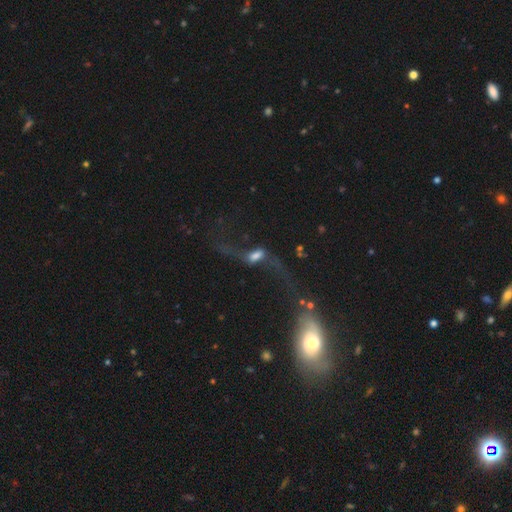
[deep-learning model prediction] Overall: featured or disk (59%; smooth 29%). Edge-on disk: no (76%). Merging: major disturbance (39%; none 31%).